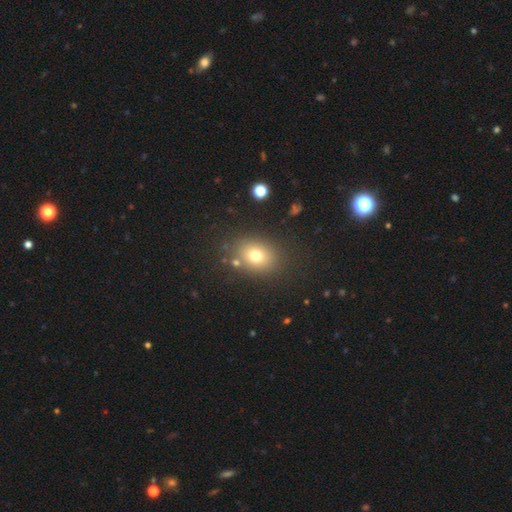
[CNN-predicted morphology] Overall: smooth (74%). How rounded: in between (52%; round 47%). Merging: none (82%).